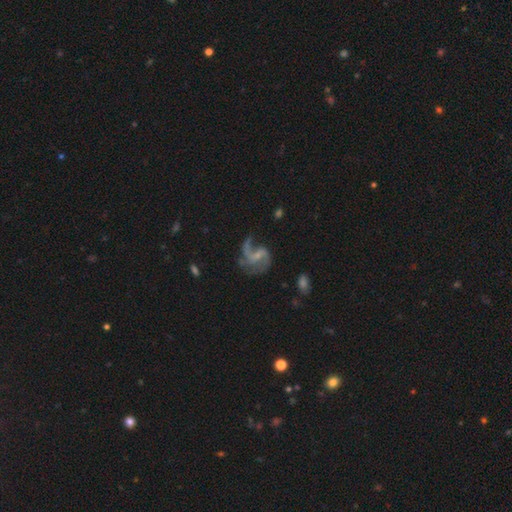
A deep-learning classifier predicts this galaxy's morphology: The model was most divided on "bar": weak: 47%, no: 39%, strong: 14%. Remaining: edge-on disk — no (98%); spiral arms — yes (94%); smooth or featured — featured or disk (84%); spiral arm count — 2 (62%); spiral winding — loose (61%); bulge size — small (57%); merging — none (50%).